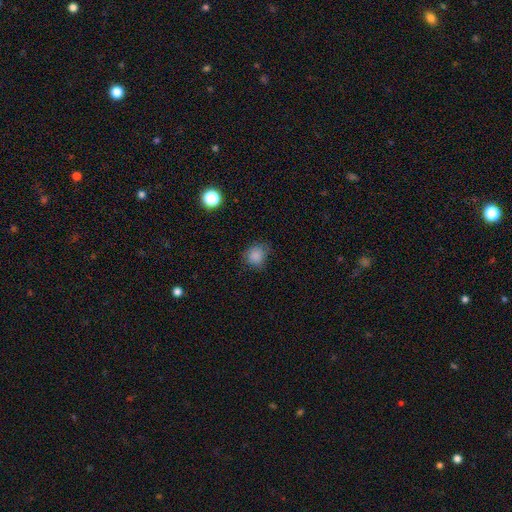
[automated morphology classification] Smooth or featured: smooth — 83% (star or artifact — 11%)
How rounded: round — 79% (in between — 20%)
Merging: none — 69% (minor disturbance — 24%)